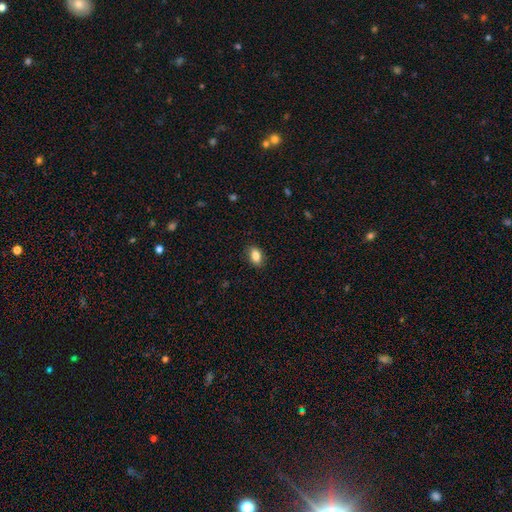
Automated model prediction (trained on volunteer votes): A smooth galaxy with no disk features (85%) that is in between round and cigar-shaped (86%). Merging: none (87%).